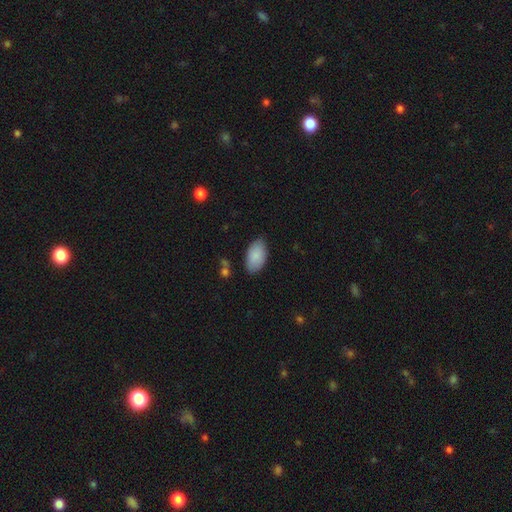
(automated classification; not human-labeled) Smooth or featured? smooth (88%)
How rounded? in between (95%)
Merging? none (84%)